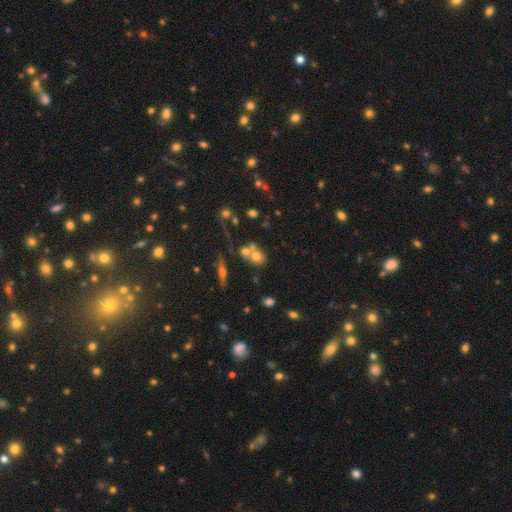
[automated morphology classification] A smooth galaxy with no disk features (60%) that is round (70%). Merging: merger (48%).